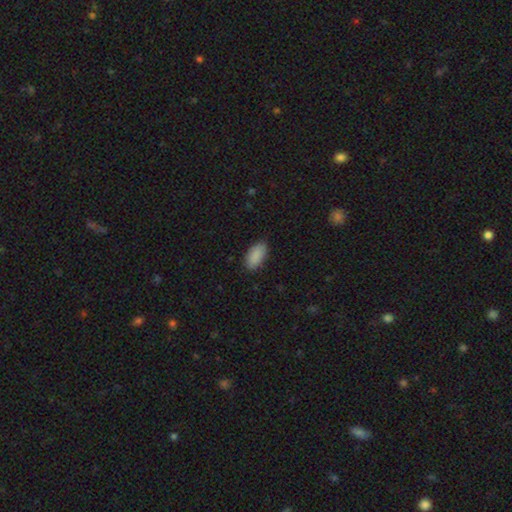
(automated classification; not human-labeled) The model was most divided on "merging": none: 85%, minor disturbance: 11%, major disturbance: 2%, merger: 1%. More confident: how rounded — in between (93%); smooth or featured — smooth (90%).